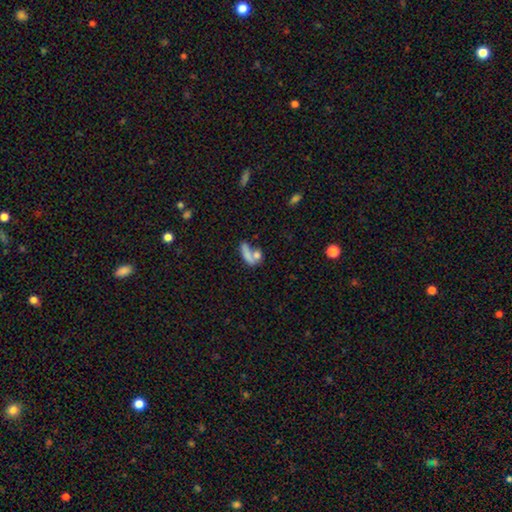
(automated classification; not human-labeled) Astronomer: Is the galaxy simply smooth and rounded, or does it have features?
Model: smooth — 72%.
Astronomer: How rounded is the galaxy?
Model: in between — 50% (runner-up: cigar-shaped, 32%).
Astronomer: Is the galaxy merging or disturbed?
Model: merger — 51% (runner-up: none, 32%).